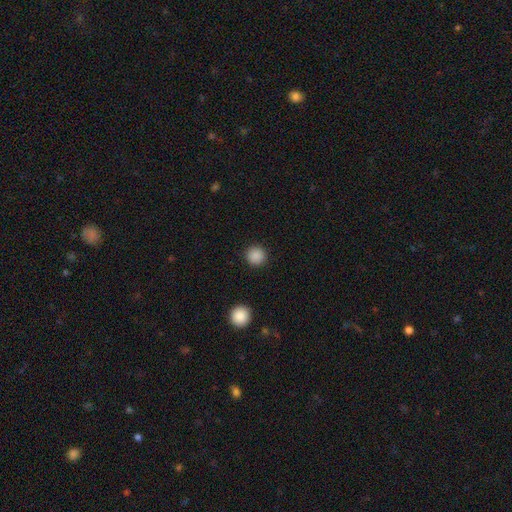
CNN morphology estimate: Smooth or featured? smooth (88%)
How rounded? round (95%)
Merging? none (92%)